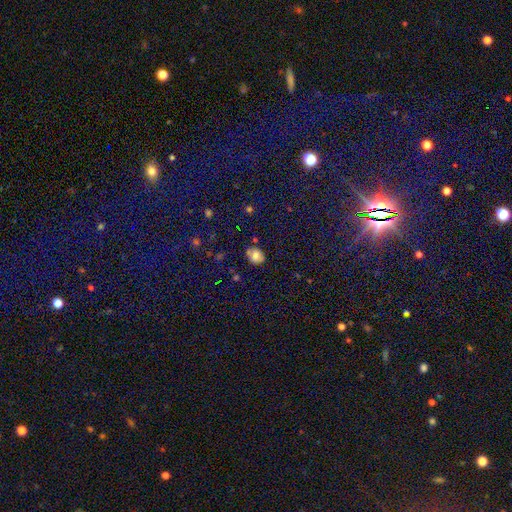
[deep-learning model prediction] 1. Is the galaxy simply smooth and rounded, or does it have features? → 75% smooth, 13% featured or disk, 12% star or artifact.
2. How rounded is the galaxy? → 60% round, 39% in between, 1% cigar-shaped.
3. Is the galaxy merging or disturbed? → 76% none, 16% minor disturbance, 5% merger, 3% major disturbance.